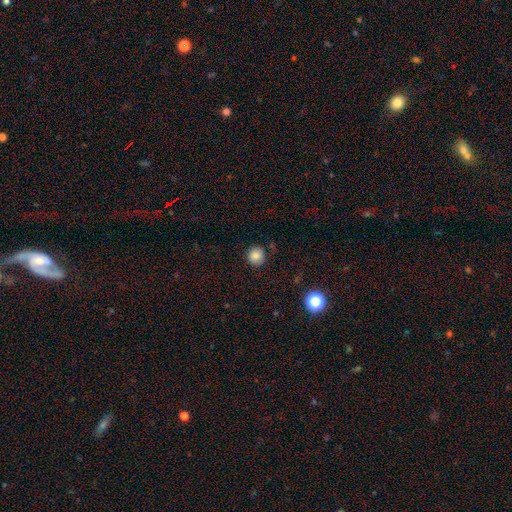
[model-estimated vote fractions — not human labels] Smooth or featured? Predicted: smooth (p=0.83). How rounded? Predicted: round (p=0.92). Merging? Predicted: none (p=0.87).